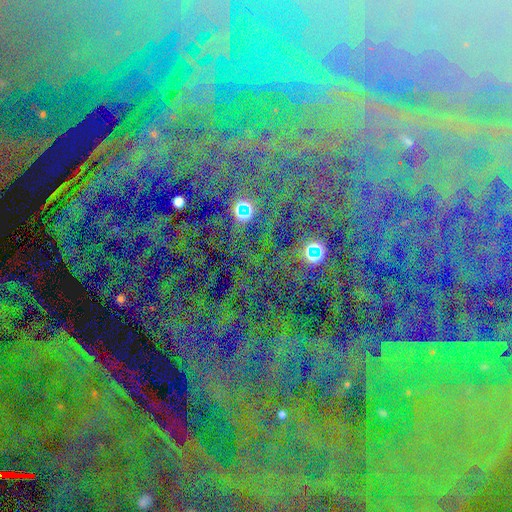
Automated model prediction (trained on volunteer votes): Smooth or featured?
  - star or artifact: 87% *
  - featured or disk: 7%
  - smooth: 6%